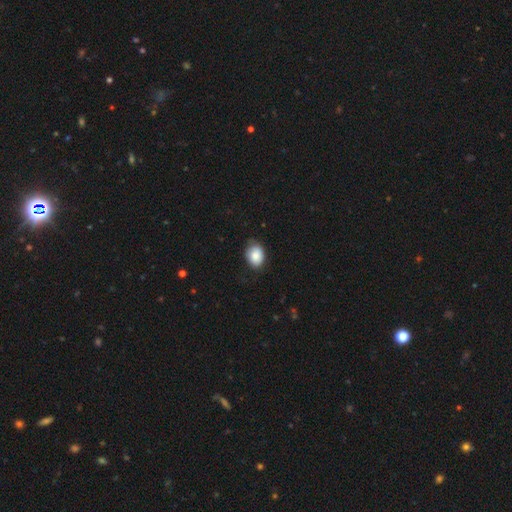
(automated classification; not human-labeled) Q: Smooth or featured?
A: smooth (86%); runner-up: featured or disk (7%)
Q: How rounded?
A: in between (67%); runner-up: round (32%)
Q: Merging?
A: none (71%); runner-up: minor disturbance (24%)